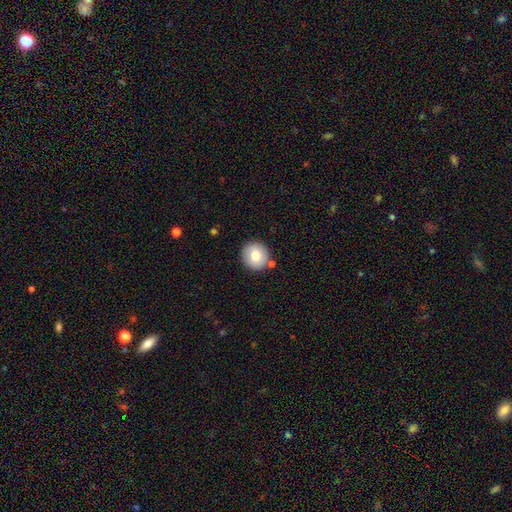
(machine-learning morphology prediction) The model was most divided on "smooth or featured": smooth: 76%, featured or disk: 16%, star or artifact: 9%. More confident: how rounded — round (92%); merging — none (84%).